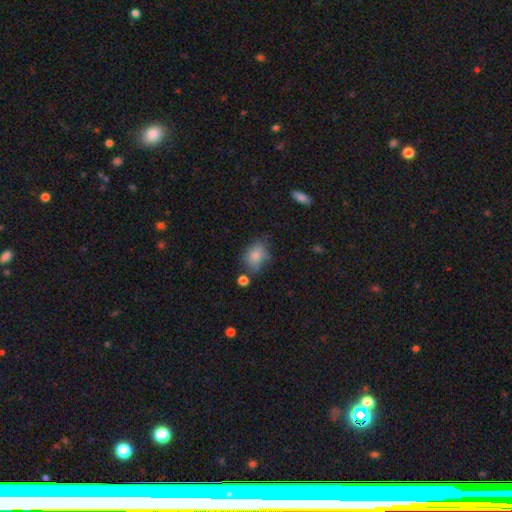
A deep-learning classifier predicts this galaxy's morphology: A smooth galaxy with no disk features (80%) that is in between round and cigar-shaped (74%).

Vote fractions:
- Smooth or featured? smooth: 80% / featured or disk: 11% / star or artifact: 9%
- How rounded? in between: 74% / round: 25% / cigar-shaped: 2%
- Merging? none: 58% / minor disturbance: 26% / major disturbance: 9% / merger: 7%